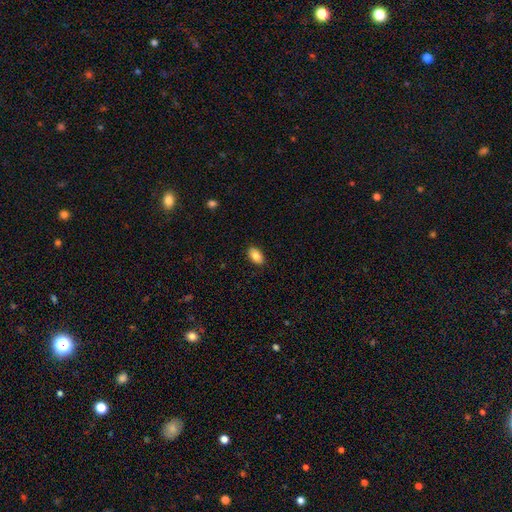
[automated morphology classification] This appears to be a smooth galaxy with no disk features (86%) that is in between round and cigar-shaped (91%). Merging: none (89%).